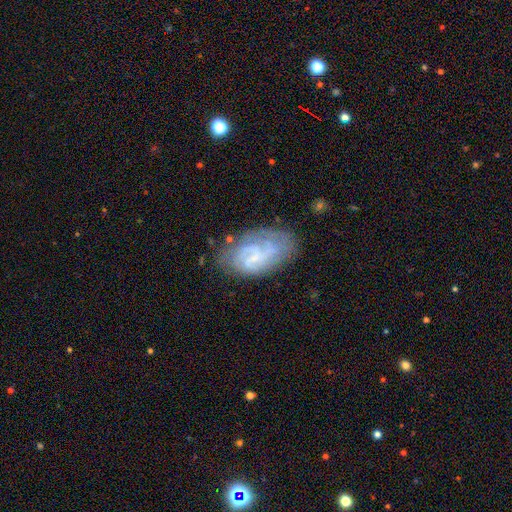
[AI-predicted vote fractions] Morphology: type=featured or disk (72%); edge-on=no (97%); bar=no (45%); spiral arms=yes (86%); winding=tight (40%, tied with medium); arm count=2 (36%); bulge=small (46%); merging=none (62%).